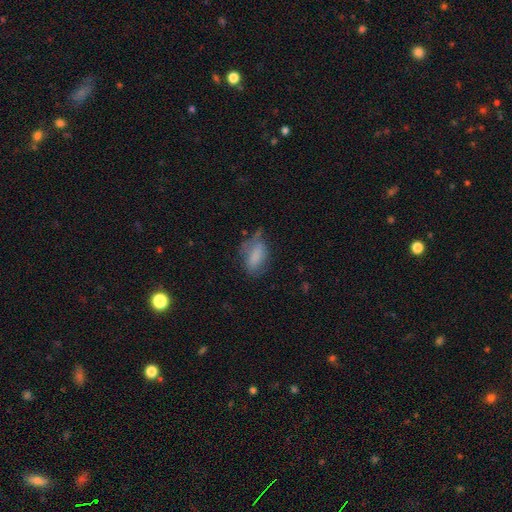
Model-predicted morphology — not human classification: smooth_or_featured: smooth (p=0.72) [alt: featured or disk p=0.19]
how_rounded: in between (p=0.89) [alt: round p=0.06]
merging: none (p=0.40) [alt: minor disturbance p=0.34]